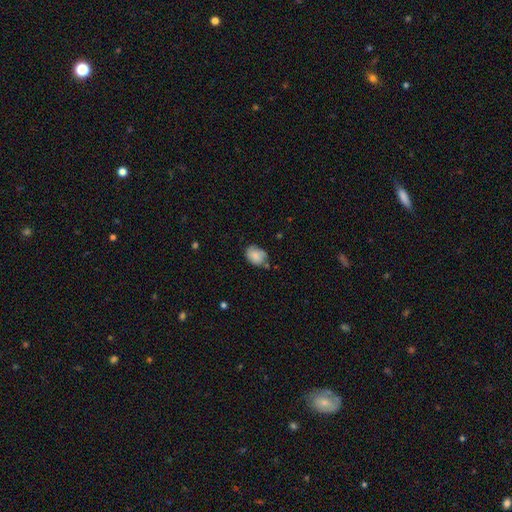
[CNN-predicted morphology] A smooth galaxy with no disk features (79%) that is in between round and cigar-shaped (66%). Merging: none (58%).